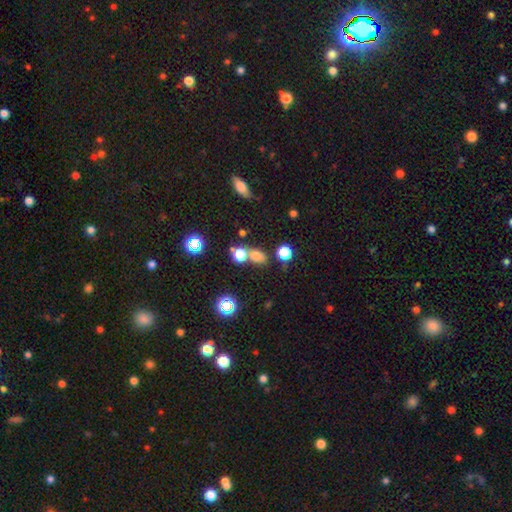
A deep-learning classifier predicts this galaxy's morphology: This appears to be a smooth galaxy with no disk features (68%) that is in between round and cigar-shaped (52%). Merging: none (51%).